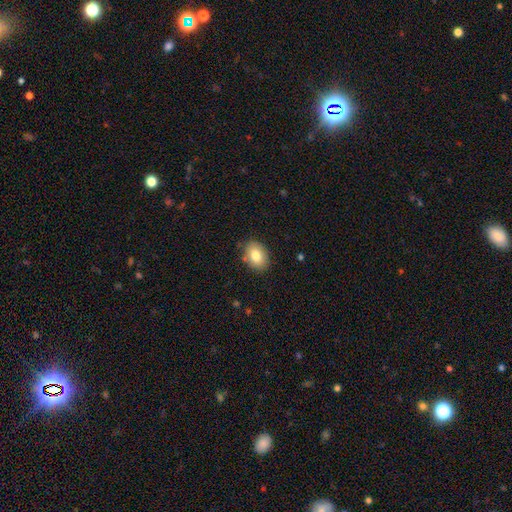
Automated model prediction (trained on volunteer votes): A smooth galaxy with no disk features (81%) that is in between round and cigar-shaped (74%). Merging: none (85%).